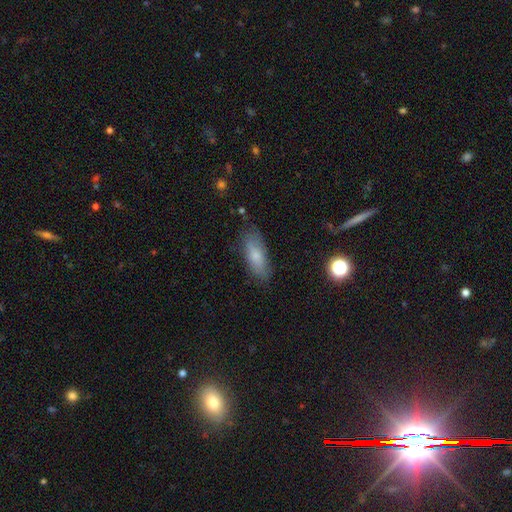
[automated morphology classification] Smooth or featured: smooth — 72% (featured or disk — 20%)
How rounded: in between — 69% (cigar-shaped — 29%)
Merging: none — 72% (minor disturbance — 20%)